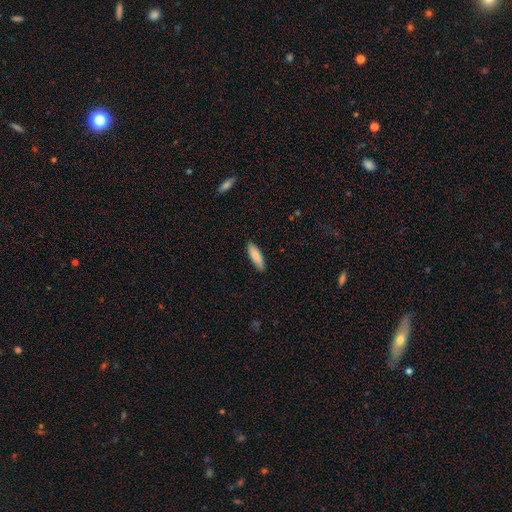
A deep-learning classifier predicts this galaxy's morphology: Smooth or featured? Predicted: smooth (p=0.85). How rounded? Predicted: cigar-shaped (p=0.50). Merging? Predicted: none (p=0.88).